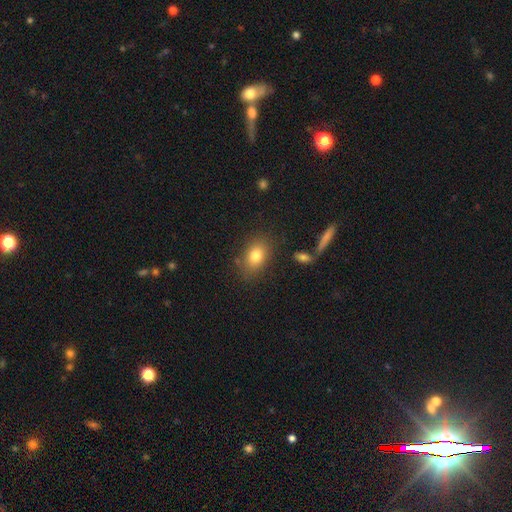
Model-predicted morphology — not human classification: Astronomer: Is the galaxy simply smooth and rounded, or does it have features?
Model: smooth — 79%.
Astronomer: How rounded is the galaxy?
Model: in between — 76%.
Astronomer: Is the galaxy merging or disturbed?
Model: none — 80%.